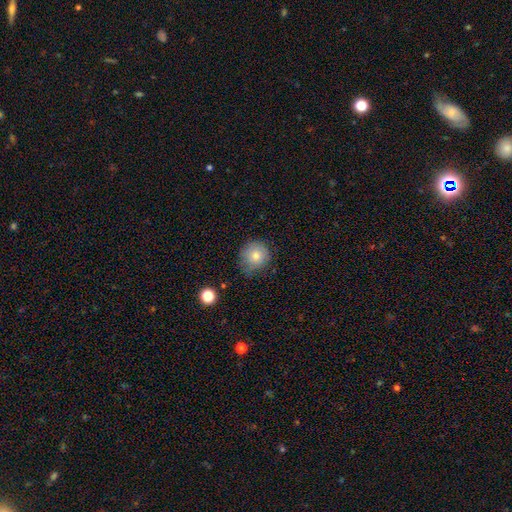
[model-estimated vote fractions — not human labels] Smooth or featured? smooth (77%)
How rounded? round (89%)
Merging? none (65%)